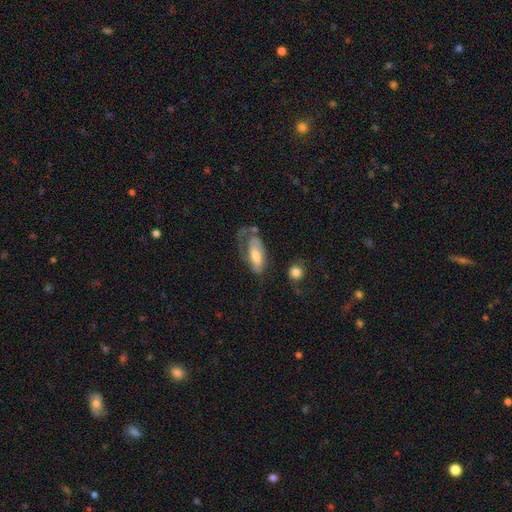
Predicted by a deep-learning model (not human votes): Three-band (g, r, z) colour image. It shows a featured or disk galaxy (56%). Merging: major disturbance (44%).